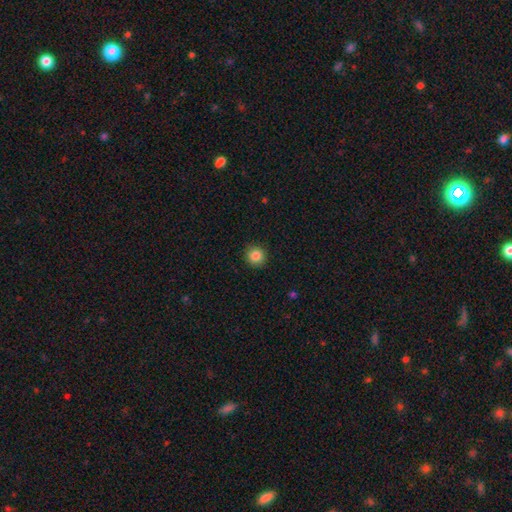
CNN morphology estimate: A smooth galaxy with no disk features (85%) that is round (94%). Merging: none (92%).